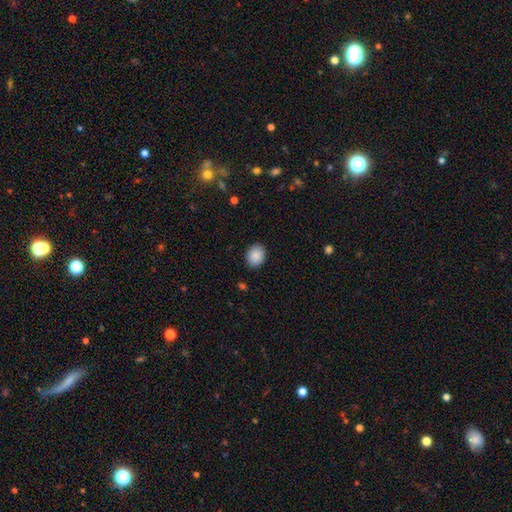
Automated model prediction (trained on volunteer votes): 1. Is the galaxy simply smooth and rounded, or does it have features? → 89% smooth, 8% star or artifact, 3% featured or disk.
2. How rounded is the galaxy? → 50% round, 49% in between, 1% cigar-shaped.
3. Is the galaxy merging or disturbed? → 89% none, 8% minor disturbance, 2% major disturbance, 1% merger.